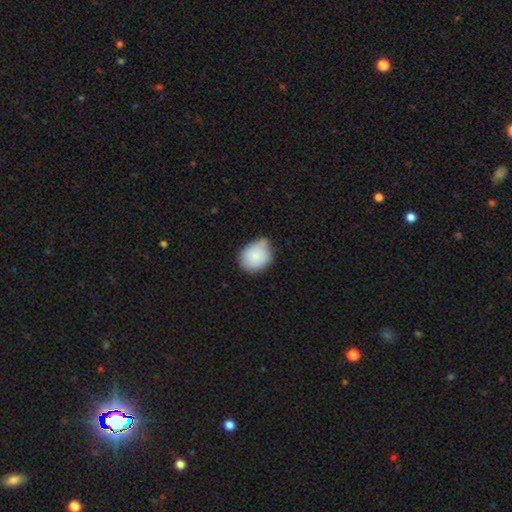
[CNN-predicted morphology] Smooth or featured? Predicted: smooth (p=0.85). How rounded? Predicted: round (p=0.53). Merging? Predicted: minor disturbance (p=0.45).